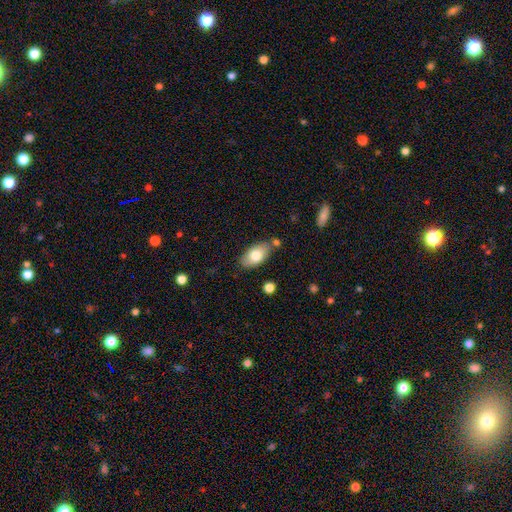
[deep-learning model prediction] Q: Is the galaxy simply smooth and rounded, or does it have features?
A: smooth — 77%.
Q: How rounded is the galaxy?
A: in between — 93%.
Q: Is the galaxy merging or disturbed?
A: none — 76%.